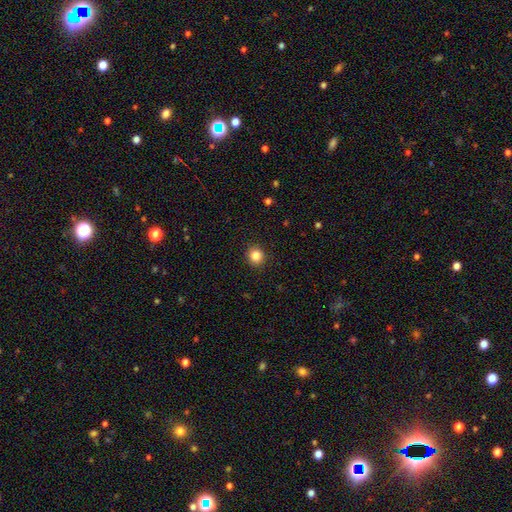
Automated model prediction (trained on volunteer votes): Q: Smooth or featured?
A: smooth (84%); runner-up: star or artifact (11%)
Q: How rounded?
A: round (90%); runner-up: in between (9%)
Q: Merging?
A: none (92%); runner-up: minor disturbance (5%)